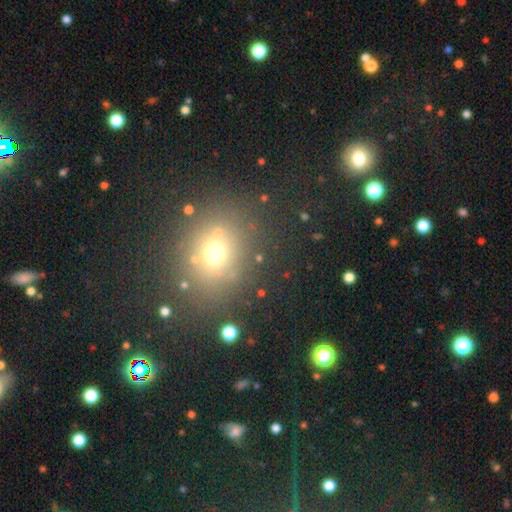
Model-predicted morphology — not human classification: A smooth galaxy with no disk features (58%) that is round (69%). Merging: none (78%).